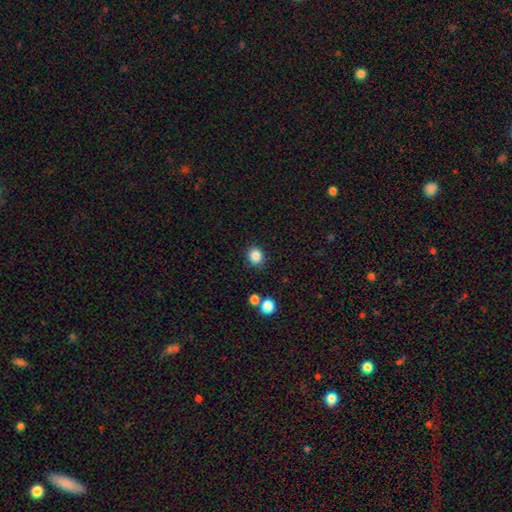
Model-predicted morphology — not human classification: A smooth galaxy with no disk features (85%) that is round (81%).

Vote fractions:
- Smooth or featured? smooth: 85% / star or artifact: 11% / featured or disk: 4%
- How rounded? round: 81% / in between: 18% / cigar-shaped: 1%
- Merging? none: 87% / minor disturbance: 8% / merger: 3% / major disturbance: 2%